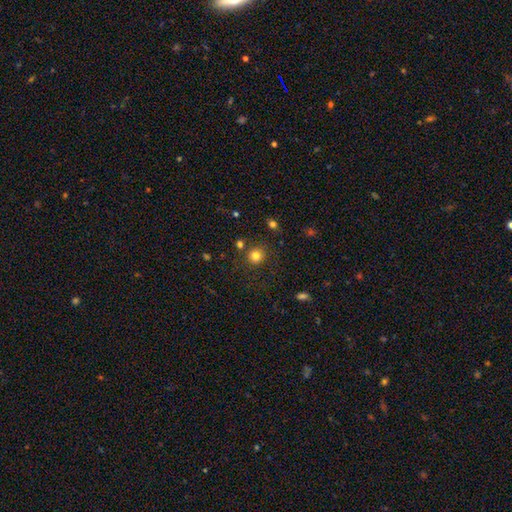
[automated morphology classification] Smooth or featured: smooth — 81% (star or artifact — 13%)
How rounded: round — 90% (in between — 9%)
Merging: none — 83% (minor disturbance — 9%)